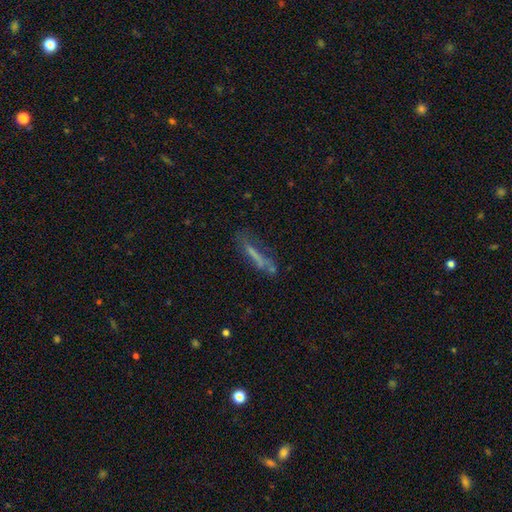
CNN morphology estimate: smooth_or_featured: smooth (p=0.49) [alt: featured or disk p=0.38]
merging: none (p=0.46) [alt: minor disturbance p=0.23]